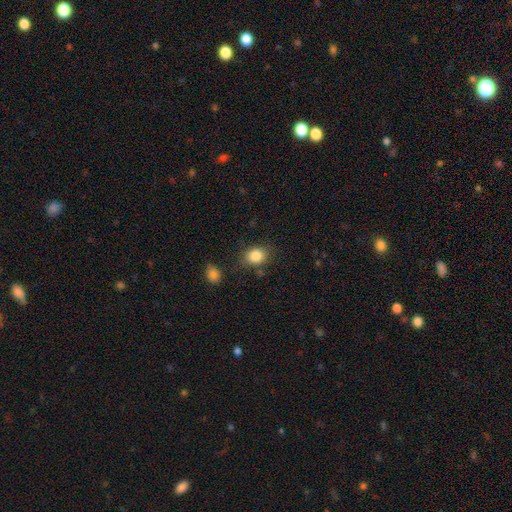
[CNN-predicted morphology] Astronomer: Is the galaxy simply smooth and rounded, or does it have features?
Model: smooth — 85%.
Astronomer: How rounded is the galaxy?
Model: round — 55% (runner-up: in between, 44%).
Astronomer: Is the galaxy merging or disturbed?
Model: none — 76%.